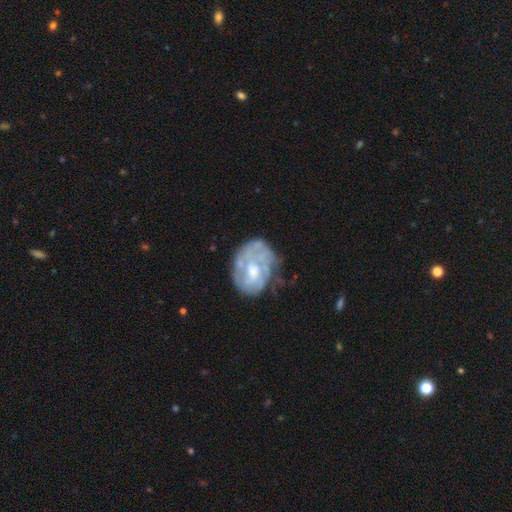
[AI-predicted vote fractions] A featured or disk galaxy (68%) with no bar (72%), spiral arms (56%) and a moderate central bulge (58%). Merging: none (49%).